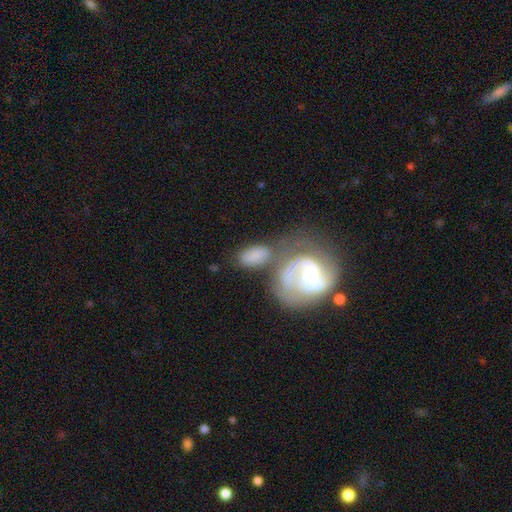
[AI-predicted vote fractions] Smooth or featured? Predicted: smooth (p=0.56). How rounded? Predicted: in between (p=0.88). Merging? Predicted: none (p=0.42).